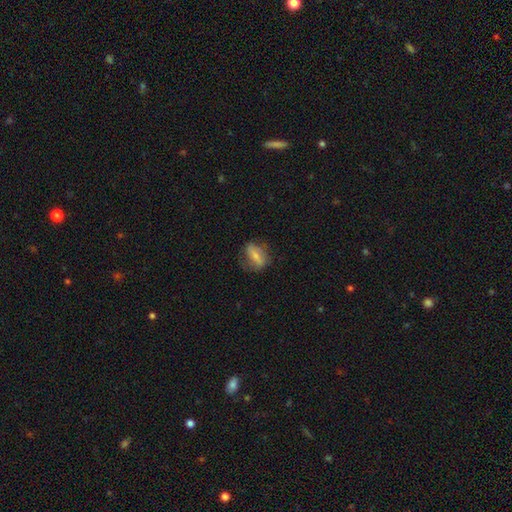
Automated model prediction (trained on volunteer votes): A smooth galaxy with no disk features (53%) that is in between round and cigar-shaped (70%). Merging: none (66%).